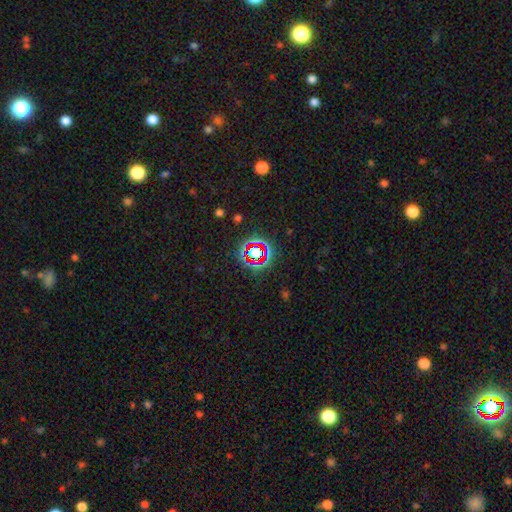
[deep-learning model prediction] The model was most divided on "smooth or featured": star or artifact: 72%, smooth: 18%, featured or disk: 11%.